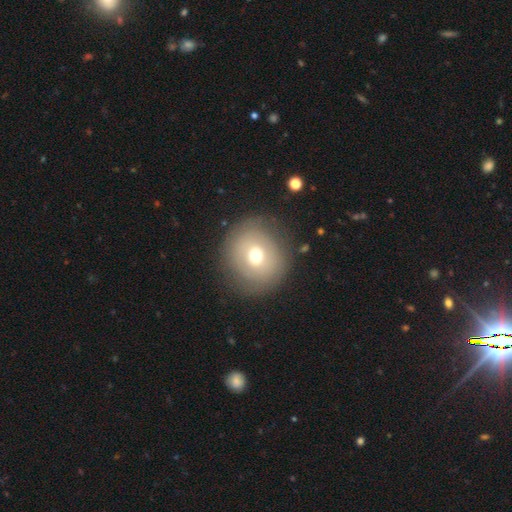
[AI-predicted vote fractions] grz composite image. It shows a smooth galaxy with no disk features (62%) that is round (81%). Merging: none (80%).